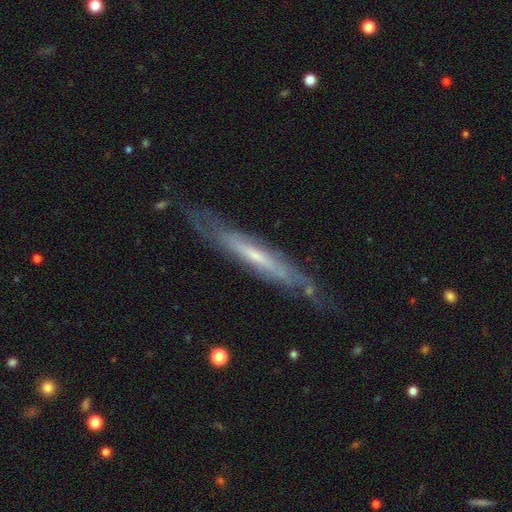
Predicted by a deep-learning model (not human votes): Smooth or featured? featured or disk (73%)
Edge-on disk? yes (71%)
Edge-on bulge? none (62%)
Merging? none (74%)